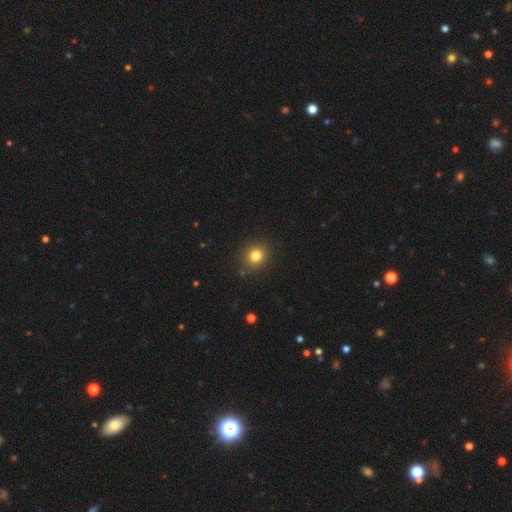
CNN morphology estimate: Smooth or featured: smooth — 80% (star or artifact — 13%)
How rounded: round — 78% (in between — 21%)
Merging: none — 86% (minor disturbance — 9%)